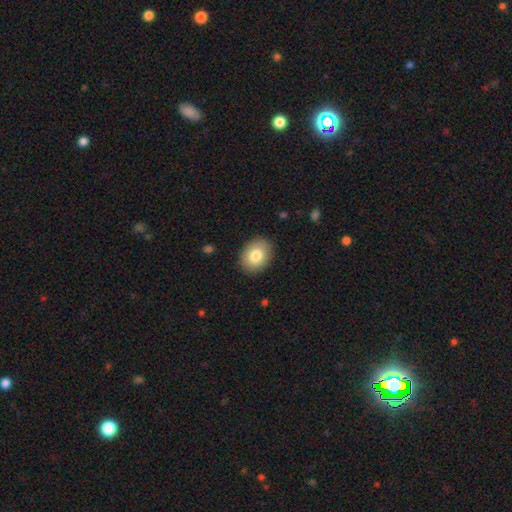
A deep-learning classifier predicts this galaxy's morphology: Smooth or featured? Predicted: smooth (p=0.81). How rounded? Predicted: in between (p=0.60). Merging? Predicted: none (p=0.88).